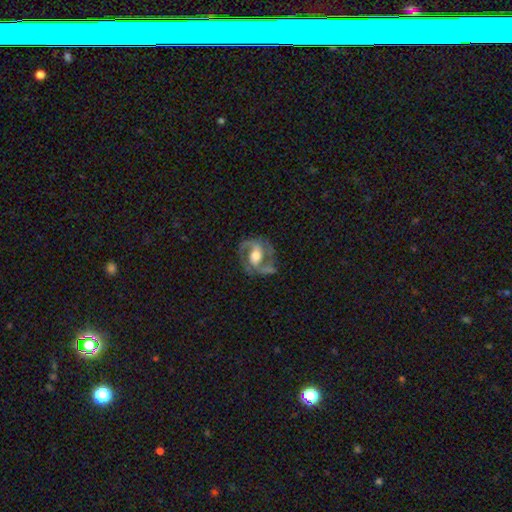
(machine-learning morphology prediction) Smooth or featured: featured or disk — 84% (smooth — 11%)
Edge-on disk: no — 97% (yes — 3%)
Bar: weak — 39% (strong — 32%)
Spiral arms: yes — 92% (no — 8%)
Spiral winding: medium — 56% (tight — 24%)
Spiral arm count: 2 — 88% (can't tell — 4%)
Bulge size: moderate — 64% (large — 19%)
Merging: none — 68% (minor disturbance — 18%)